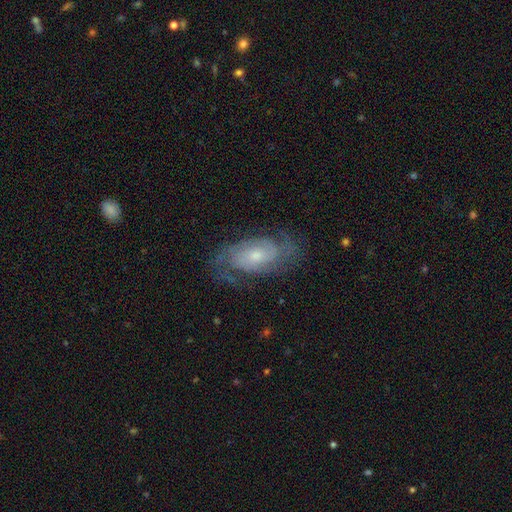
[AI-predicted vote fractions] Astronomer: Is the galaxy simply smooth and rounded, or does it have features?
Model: featured or disk — 84%.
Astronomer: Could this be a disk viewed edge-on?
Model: no — 96%.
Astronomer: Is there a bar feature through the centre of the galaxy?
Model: no — 65%.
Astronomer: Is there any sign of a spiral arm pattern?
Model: yes — 95%.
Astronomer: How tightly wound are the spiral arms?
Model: tight — 53% (runner-up: medium, 37%).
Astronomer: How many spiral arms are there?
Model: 2 — 61%.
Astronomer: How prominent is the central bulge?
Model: small — 48% (runner-up: moderate, 45%).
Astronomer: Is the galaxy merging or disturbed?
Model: none — 73%.